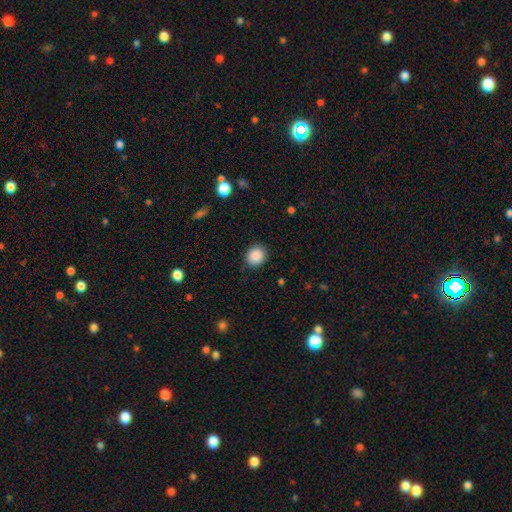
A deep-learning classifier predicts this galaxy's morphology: smooth_or_featured: smooth (p=0.89) [alt: star or artifact p=0.08]
how_rounded: round (p=0.77) [alt: in between p=0.22]
merging: none (p=0.89) [alt: minor disturbance p=0.08]